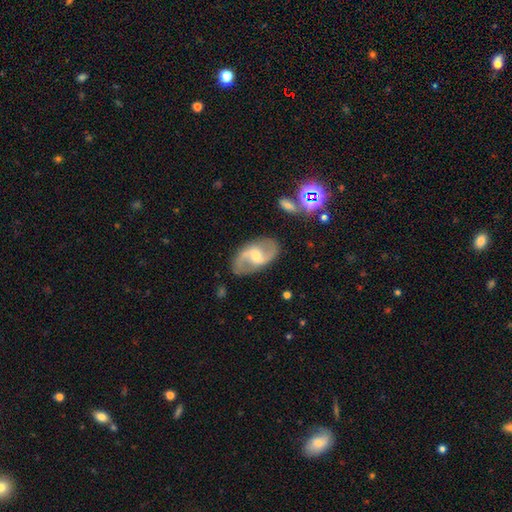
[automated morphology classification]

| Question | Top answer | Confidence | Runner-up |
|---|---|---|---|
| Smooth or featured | featured or disk | 83% | smooth (11%) |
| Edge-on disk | no | 97% | yes (3%) |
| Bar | weak | 54% | no (27%) |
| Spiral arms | yes | 94% | no (6%) |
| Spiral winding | loose | 47% | medium (43%) |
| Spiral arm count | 2 | 92% | can't tell (4%) |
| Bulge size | moderate | 53% | small (36%) |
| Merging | none | 83% | minor disturbance (11%) |